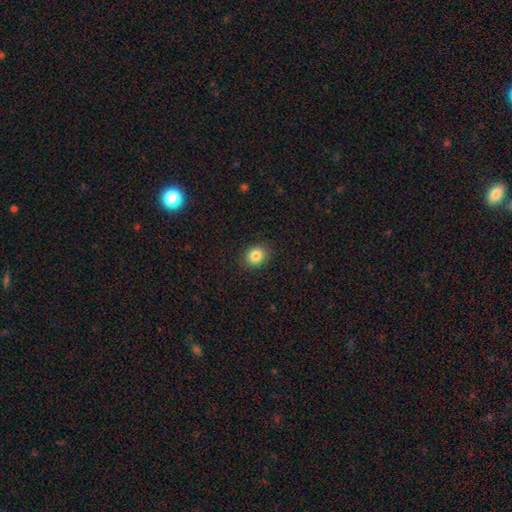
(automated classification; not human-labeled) Smooth or featured: smooth — 85% (star or artifact — 9%)
How rounded: round — 67% (in between — 32%)
Merging: none — 89% (minor disturbance — 7%)